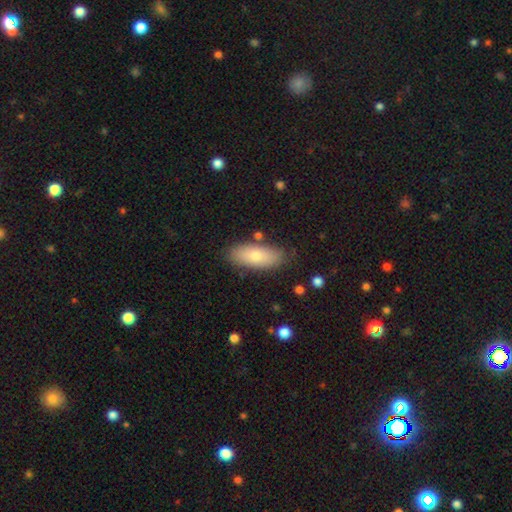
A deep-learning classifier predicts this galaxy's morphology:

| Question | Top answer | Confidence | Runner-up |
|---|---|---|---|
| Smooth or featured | smooth | 76% | featured or disk (18%) |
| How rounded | in between | 80% | cigar-shaped (17%) |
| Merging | none | 80% | minor disturbance (14%) |